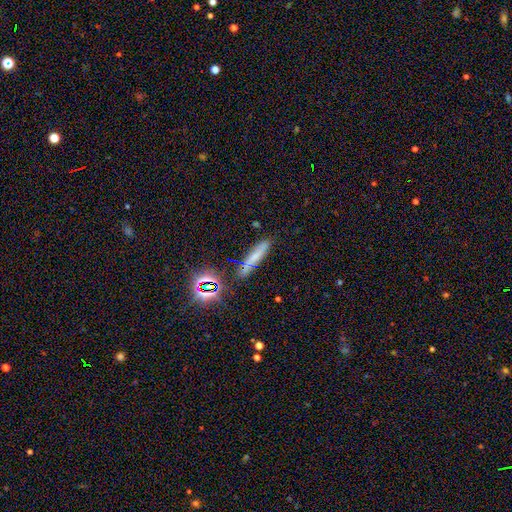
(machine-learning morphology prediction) Smooth or featured? Predicted: smooth (p=0.59). How rounded? Predicted: cigar-shaped (p=0.83). Merging? Predicted: none (p=0.73).